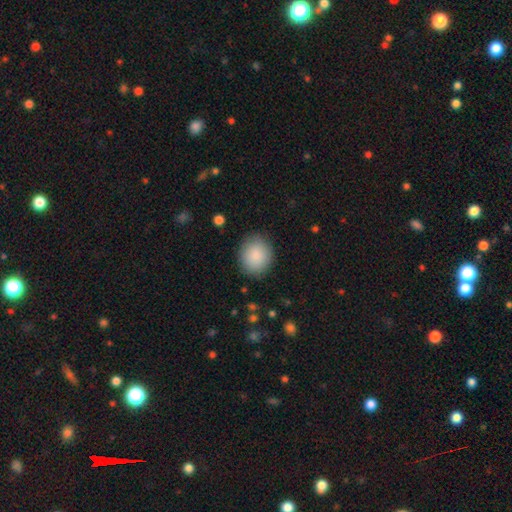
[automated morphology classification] Smooth or featured: smooth — 88% (star or artifact — 7%)
How rounded: round — 72% (in between — 27%)
Merging: none — 86% (minor disturbance — 10%)